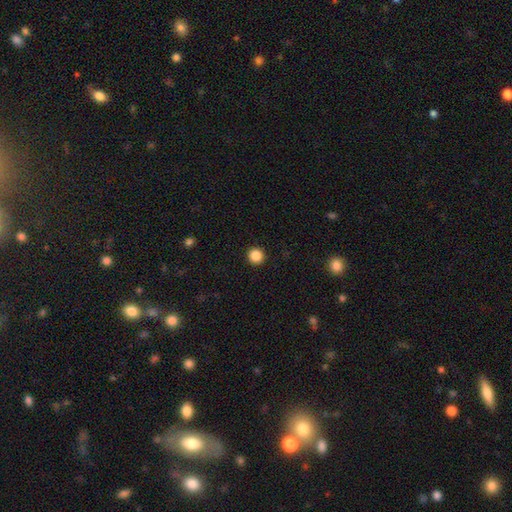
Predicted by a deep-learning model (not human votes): Smooth or featured: smooth — 86% (star or artifact — 11%)
How rounded: round — 95% (in between — 4%)
Merging: none — 94% (minor disturbance — 4%)